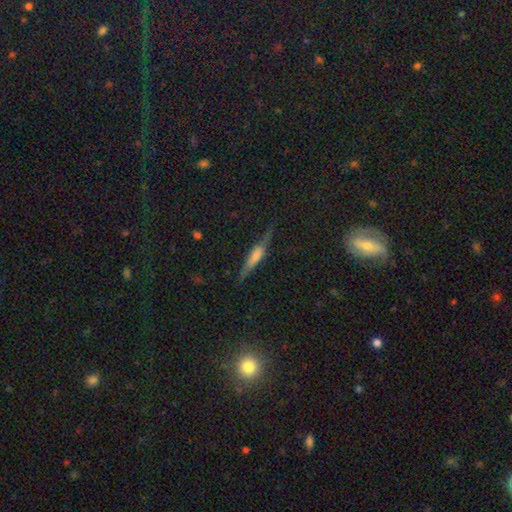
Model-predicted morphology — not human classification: Smooth or featured? featured or disk (53%)
Edge-on disk? yes (91%)
Merging? none (77%)